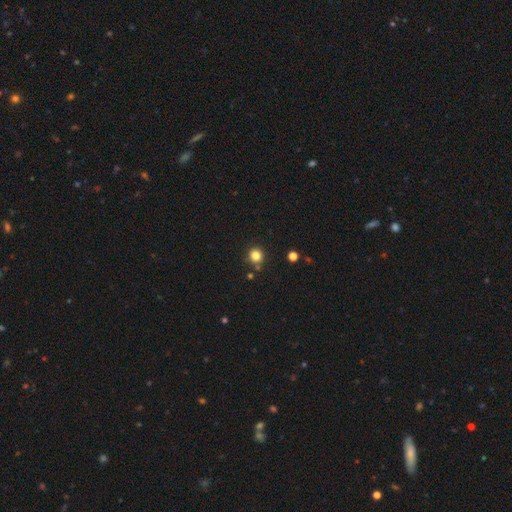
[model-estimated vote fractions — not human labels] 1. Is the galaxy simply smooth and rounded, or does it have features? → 82% smooth, 13% star or artifact, 5% featured or disk.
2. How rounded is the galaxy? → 93% round, 6% in between, 1% cigar-shaped.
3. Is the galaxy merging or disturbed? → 84% none, 8% minor disturbance, 6% merger, 2% major disturbance.